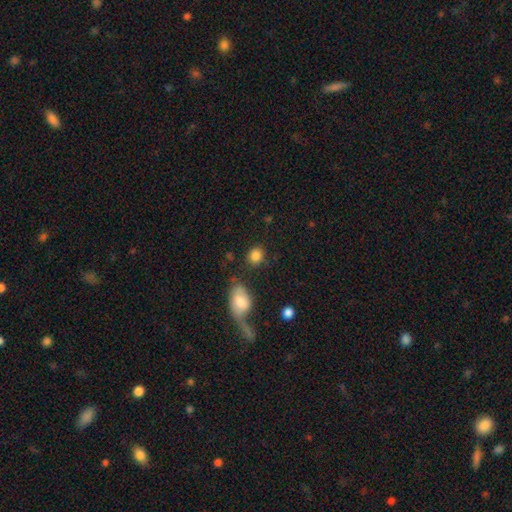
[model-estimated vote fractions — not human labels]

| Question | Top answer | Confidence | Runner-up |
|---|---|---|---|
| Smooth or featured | smooth | 85% | star or artifact (9%) |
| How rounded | round | 74% | in between (25%) |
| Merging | none | 76% | minor disturbance (11%) |